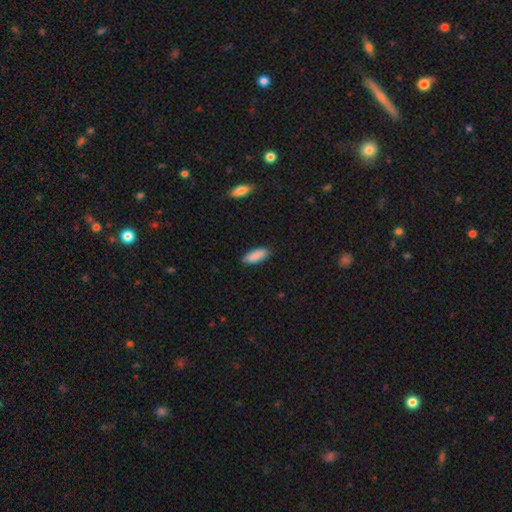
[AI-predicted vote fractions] smooth 89%, star or artifact 6%, featured or disk 5%. Down the decision tree: how rounded — in between (79%); merging — none (84%).